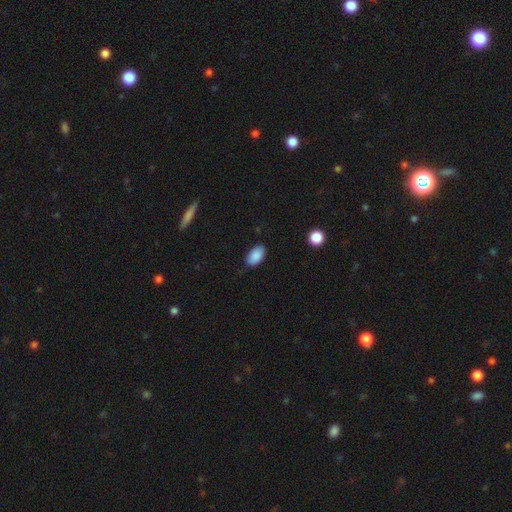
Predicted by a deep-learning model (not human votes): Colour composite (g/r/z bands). It shows a smooth galaxy with no disk features (89%) that is in between round and cigar-shaped (94%). Merging: none (85%).